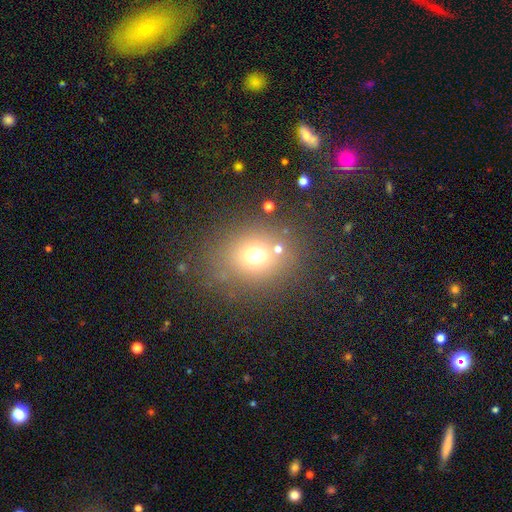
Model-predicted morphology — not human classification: The model was most divided on "smooth or featured": smooth: 67%, star or artifact: 22%, featured or disk: 11%. More confident: how rounded — round (73%); merging — none (73%).